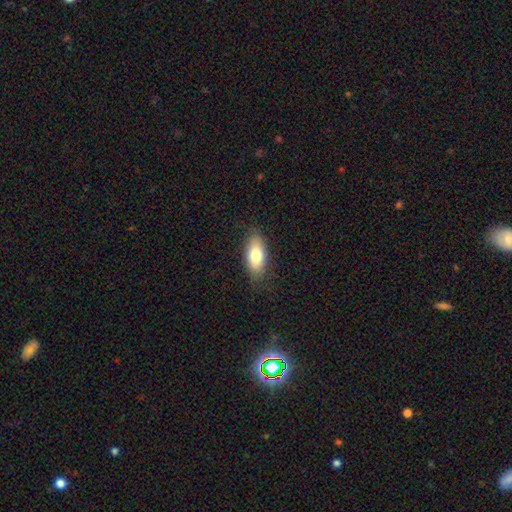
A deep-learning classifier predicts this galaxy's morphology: smooth-or-featured: smooth: 76% | featured or disk: 17% | star or artifact: 7%
  how-rounded: in between: 85% | cigar-shaped: 11% | round: 4%
  merging: none: 82% | minor disturbance: 14% | major disturbance: 3% | merger: 1%